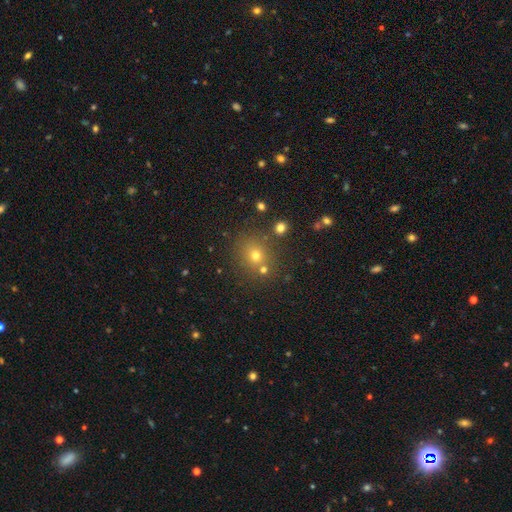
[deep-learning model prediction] Smooth or featured? Predicted: smooth (p=0.66). How rounded? Predicted: round (p=0.80). Merging? Predicted: none (p=0.76).